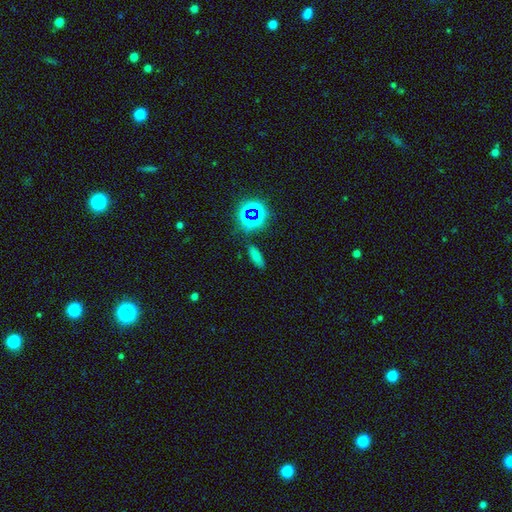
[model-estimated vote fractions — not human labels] smooth 68%, star or artifact 24%, featured or disk 8%. Down the decision tree: how rounded — in between (59%); merging — none (82%).